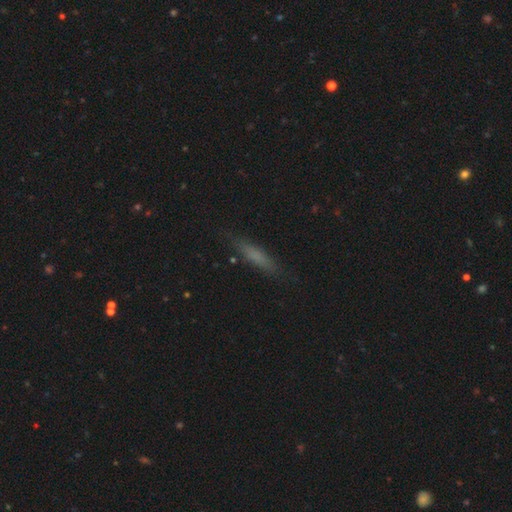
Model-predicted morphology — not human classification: The model was most divided on "smooth or featured": smooth: 64%, featured or disk: 25%, star or artifact: 12%. More confident: how rounded — cigar-shaped (83%); merging — none (82%).